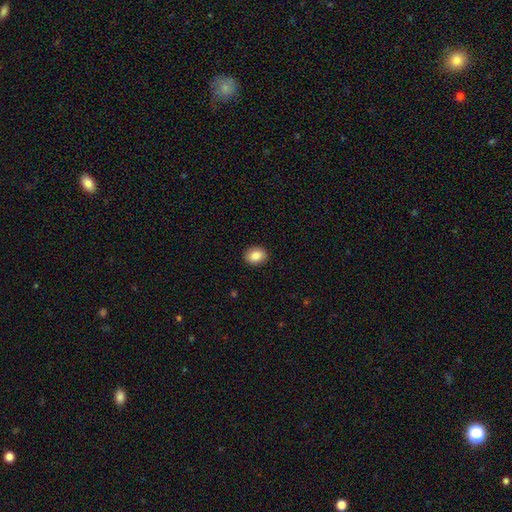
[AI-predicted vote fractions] A smooth galaxy with no disk features (86%) that is in between round and cigar-shaped (51%). Merging: none (91%).